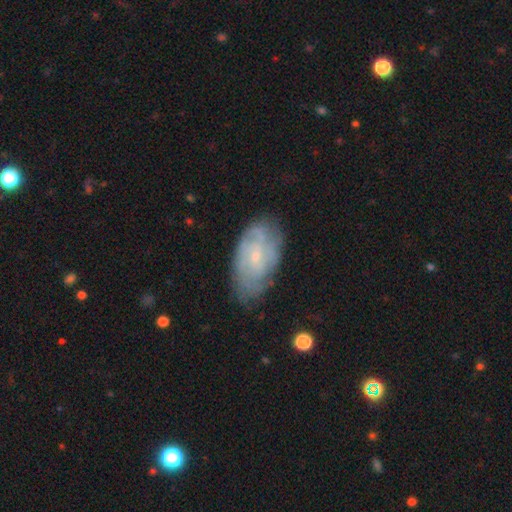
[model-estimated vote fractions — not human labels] Q: Smooth or featured?
A: featured or disk (71%); runner-up: smooth (23%)
Q: Edge-on disk?
A: no (94%); runner-up: yes (6%)
Q: Bar?
A: no (63%); runner-up: weak (32%)
Q: Spiral arms?
A: yes (86%); runner-up: no (14%)
Q: Spiral winding?
A: tight (60%); runner-up: medium (31%)
Q: Spiral arm count?
A: can't tell (50%); runner-up: 2 (18%)
Q: Bulge size?
A: small (77%); runner-up: moderate (19%)
Q: Merging?
A: none (72%); runner-up: minor disturbance (21%)